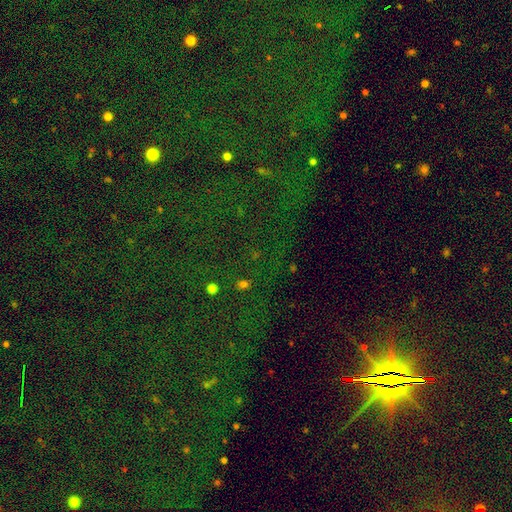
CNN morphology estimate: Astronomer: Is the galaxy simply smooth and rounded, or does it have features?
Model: star or artifact — 83%.